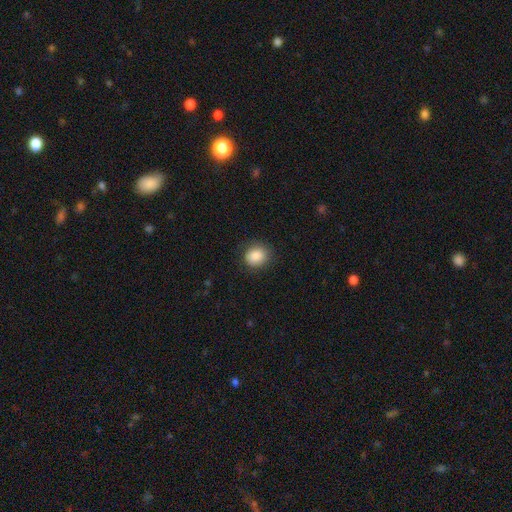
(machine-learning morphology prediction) Smooth or featured? Predicted: smooth (p=0.88). How rounded? Predicted: round (p=0.73). Merging? Predicted: none (p=0.85).